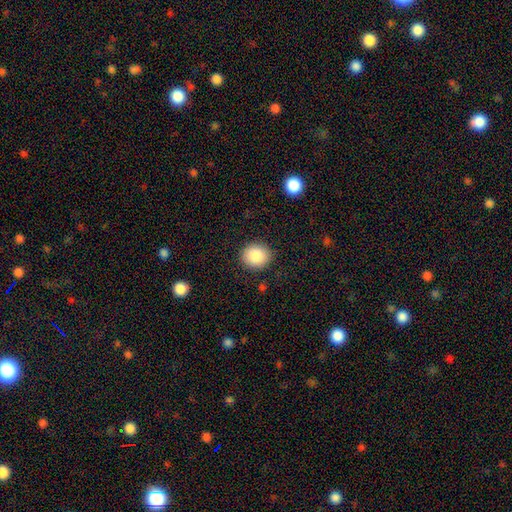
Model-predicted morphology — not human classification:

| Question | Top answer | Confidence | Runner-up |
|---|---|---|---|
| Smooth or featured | smooth | 85% | star or artifact (9%) |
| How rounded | round | 77% | in between (22%) |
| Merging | none | 88% | minor disturbance (8%) |